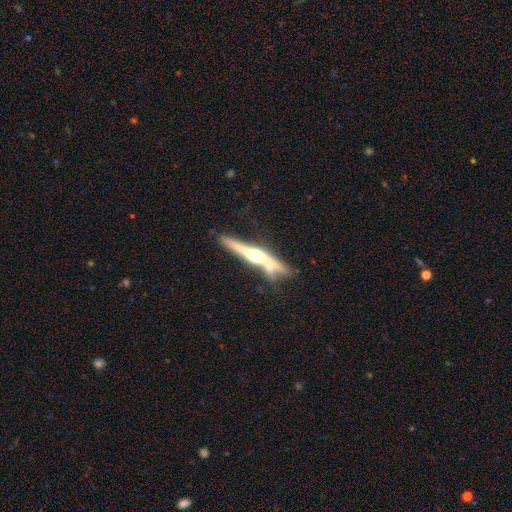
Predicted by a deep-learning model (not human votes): Smooth or featured? Predicted: featured or disk (p=0.73). Edge-on disk? Predicted: yes (p=0.95). Edge-on bulge? Predicted: rounded (p=0.90). Merging? Predicted: none (p=0.58).